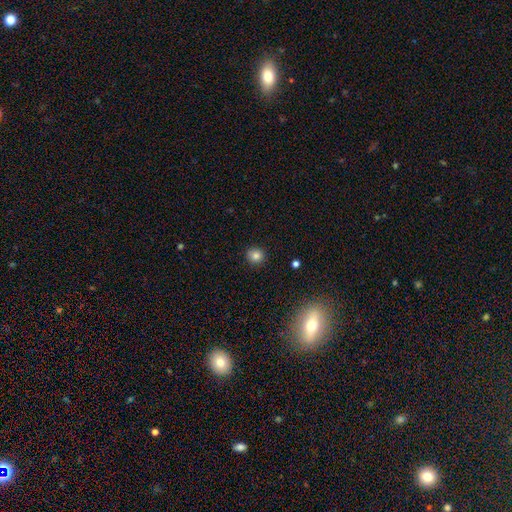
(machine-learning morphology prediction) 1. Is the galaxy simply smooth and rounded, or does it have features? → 82% smooth, 12% star or artifact, 6% featured or disk.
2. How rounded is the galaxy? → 89% round, 10% in between, 1% cigar-shaped.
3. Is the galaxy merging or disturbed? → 90% none, 7% minor disturbance, 2% major disturbance, 1% merger.